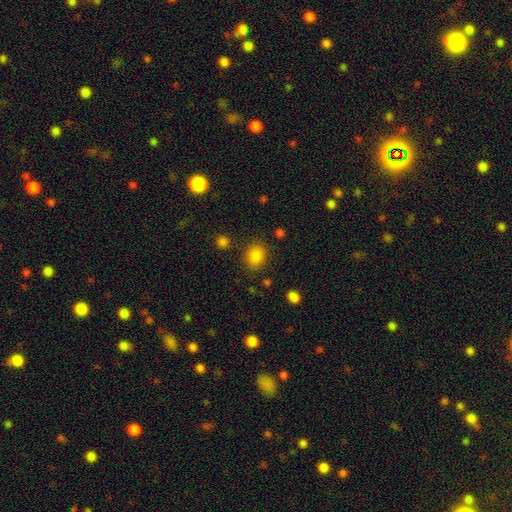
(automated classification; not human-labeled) Overall: smooth (84%). How rounded: round (63%; in between 36%). Merging: none (83%).